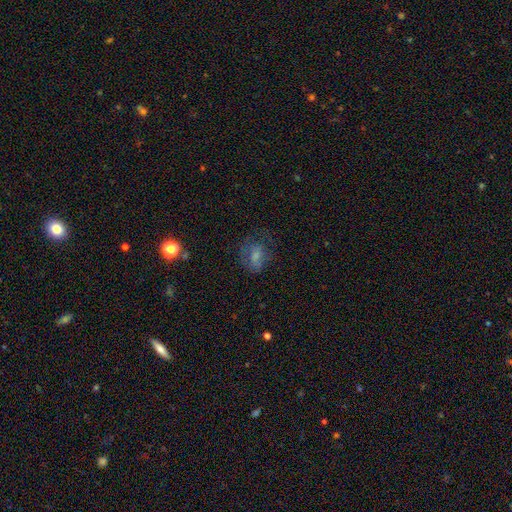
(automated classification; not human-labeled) A smooth galaxy with no disk features (64%) that is in between round and cigar-shaped (59%). Merging: none (49%).